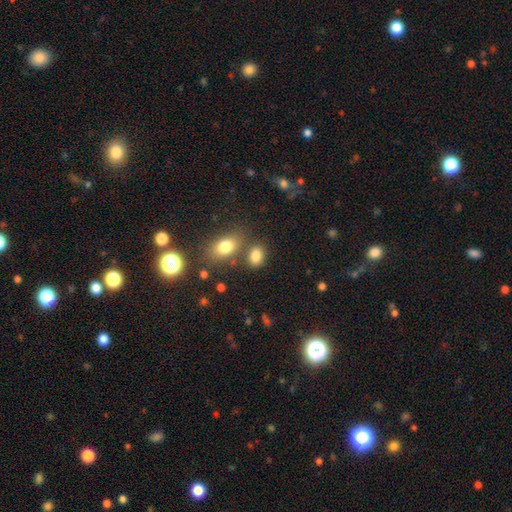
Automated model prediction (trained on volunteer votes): Smooth or featured?
  - smooth: 81% *
  - star or artifact: 12%
  - featured or disk: 7%
How rounded?
  - in between: 76% *
  - round: 22%
  - cigar-shaped: 2%
Merging?
  - none: 65% *
  - merger: 19%
  - minor disturbance: 12%
  - major disturbance: 4%